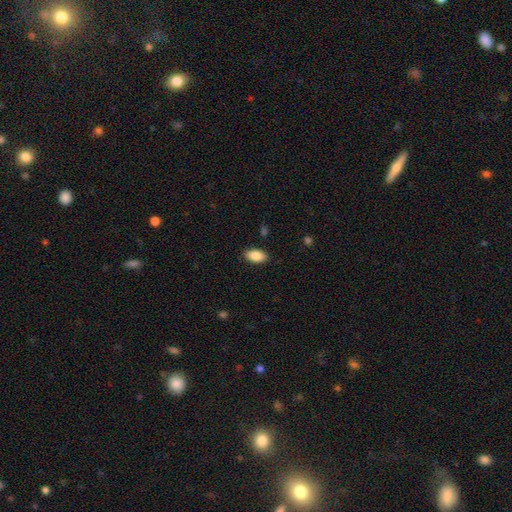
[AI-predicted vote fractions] This appears to be a smooth galaxy with no disk features (88%) that is in between round and cigar-shaped (93%). Merging: none (88%).